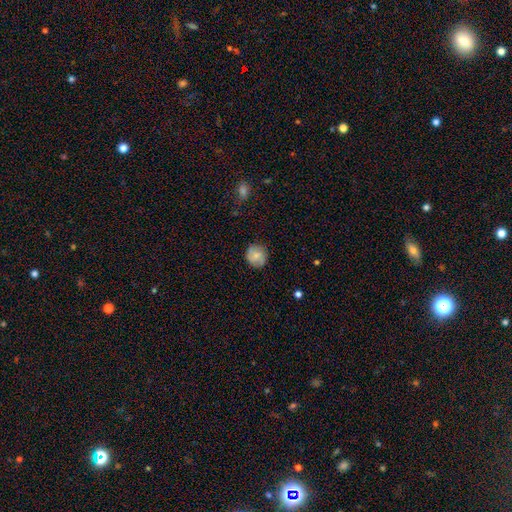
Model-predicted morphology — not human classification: smooth-or-featured: smooth: 64% | featured or disk: 28% | star or artifact: 8%
  how-rounded: round: 86% | in between: 13% | cigar-shaped: 1%
  merging: none: 82% | minor disturbance: 14% | major disturbance: 3% | merger: 1%